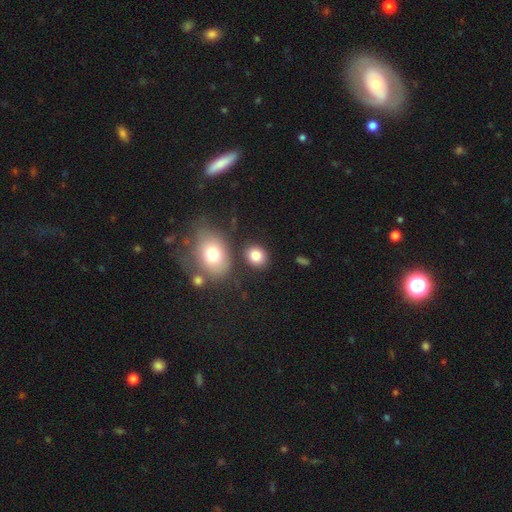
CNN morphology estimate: Smooth or featured? Predicted: smooth (p=0.82). How rounded? Predicted: round (p=0.56). Merging? Predicted: none (p=0.77).